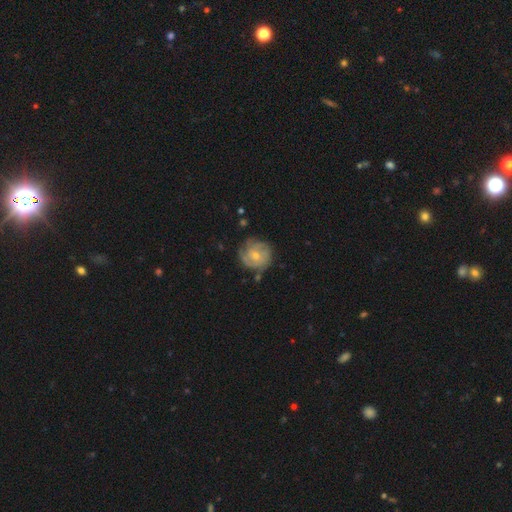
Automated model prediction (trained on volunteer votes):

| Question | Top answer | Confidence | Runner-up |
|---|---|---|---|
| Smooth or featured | featured or disk | 65% | smooth (28%) |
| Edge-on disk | no | 98% | yes (2%) |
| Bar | no | 70% | weak (26%) |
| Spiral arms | yes | 82% | no (18%) |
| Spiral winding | tight | 61% | medium (29%) |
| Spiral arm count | can't tell | 42% | 2 (22%) |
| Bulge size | small | 55% | moderate (40%) |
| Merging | none | 66% | minor disturbance (22%) |